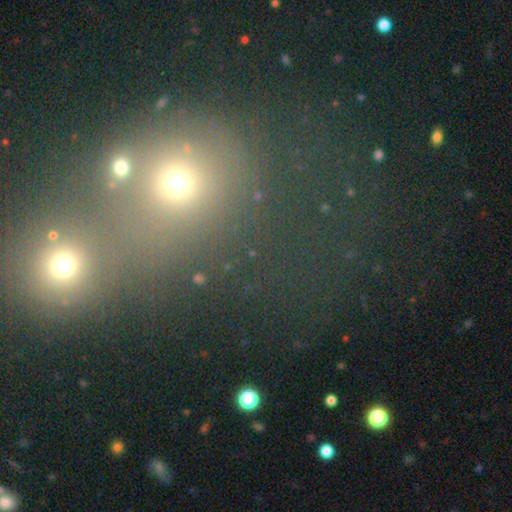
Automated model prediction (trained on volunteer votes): This appears to be a smooth galaxy with no disk features (51%) that is round (77%). Merging: none (50%).